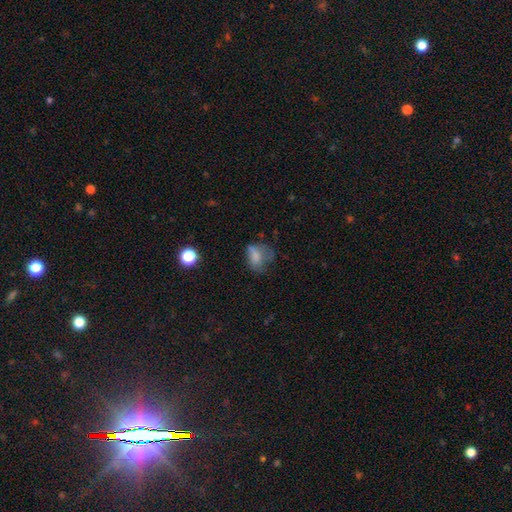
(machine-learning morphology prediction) A smooth galaxy with no disk features (67%) that is in between round and cigar-shaped (63%). Merging: major disturbance (34%, tied with none).